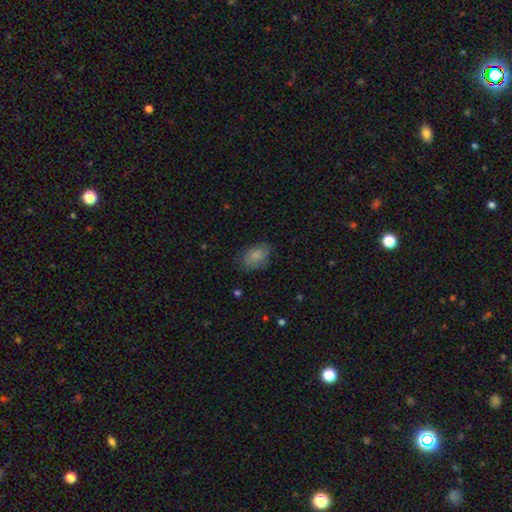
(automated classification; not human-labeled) Smooth or featured: smooth — 83% (featured or disk — 9%)
How rounded: in between — 83% (round — 16%)
Merging: none — 76% (minor disturbance — 18%)